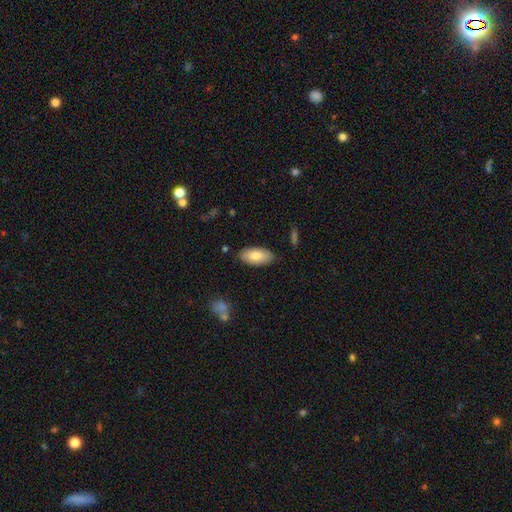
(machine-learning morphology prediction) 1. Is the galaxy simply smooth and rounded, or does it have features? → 78% smooth, 16% featured or disk, 6% star or artifact.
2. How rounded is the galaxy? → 93% in between, 5% cigar-shaped, 2% round.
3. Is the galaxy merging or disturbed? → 84% none, 12% minor disturbance, 2% major disturbance, 2% merger.